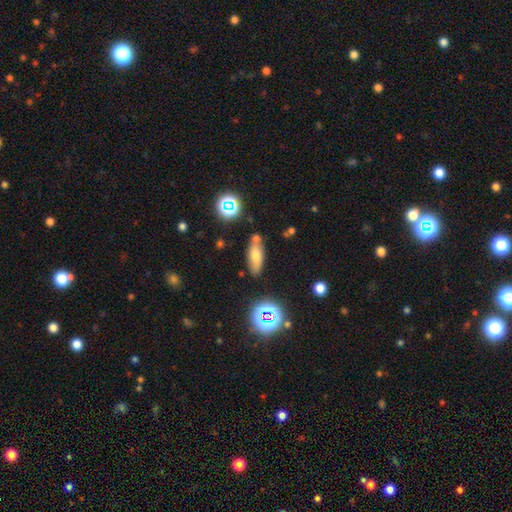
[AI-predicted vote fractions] This is likely a smooth galaxy (67%). How rounded: likely in between (68%). Merging: likely none (71%).